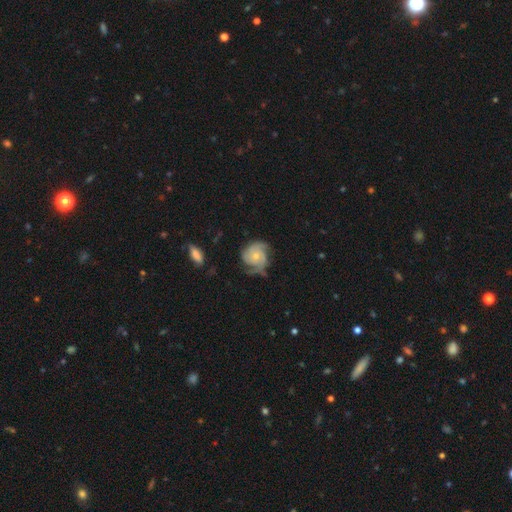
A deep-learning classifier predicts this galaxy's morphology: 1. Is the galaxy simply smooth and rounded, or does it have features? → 81% featured or disk, 13% smooth, 6% star or artifact.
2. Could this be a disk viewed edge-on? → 98% no, 2% yes.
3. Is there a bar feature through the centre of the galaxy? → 80% no, 17% weak, 3% strong.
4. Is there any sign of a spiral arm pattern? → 95% yes, 5% no.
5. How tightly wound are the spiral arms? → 51% tight, 37% medium, 12% loose.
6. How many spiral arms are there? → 38% 3, 32% 2, 14% can't tell, 6% 4, 5% 1, 4% more than 4.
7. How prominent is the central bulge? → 60% small, 35% moderate, 3% none, 2% large, 1% dominant.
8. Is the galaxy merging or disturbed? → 60% none, 26% minor disturbance, 12% major disturbance, 2% merger.